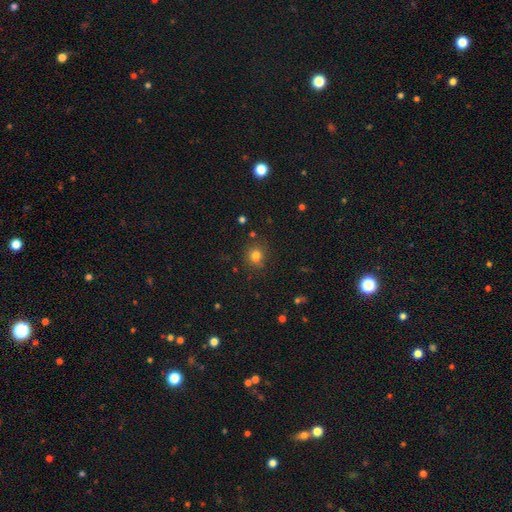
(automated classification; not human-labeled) Smooth or featured: smooth — 78% (star or artifact — 16%)
How rounded: round — 81% (in between — 18%)
Merging: none — 79% (minor disturbance — 13%)